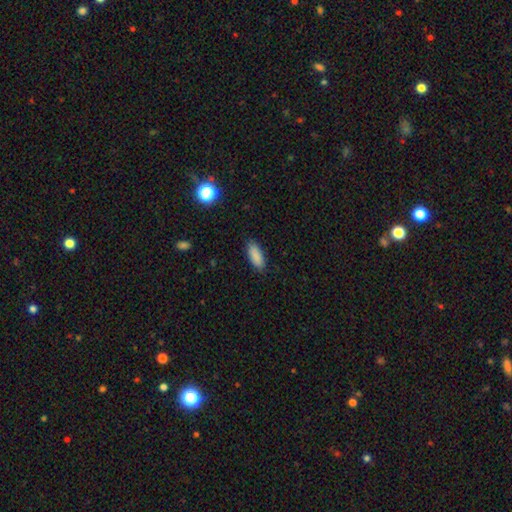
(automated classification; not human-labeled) Smooth or featured? Predicted: smooth (p=0.88). How rounded? Predicted: in between (p=0.76). Merging? Predicted: none (p=0.87).